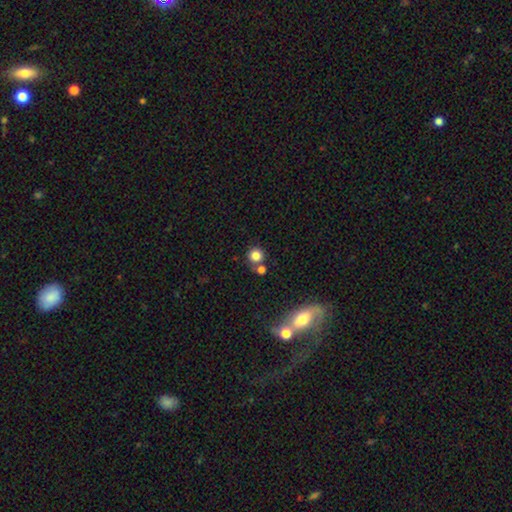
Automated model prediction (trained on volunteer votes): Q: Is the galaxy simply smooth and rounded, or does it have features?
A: smooth — 81%.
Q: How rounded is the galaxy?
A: round — 92%.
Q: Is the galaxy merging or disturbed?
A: none — 66%.